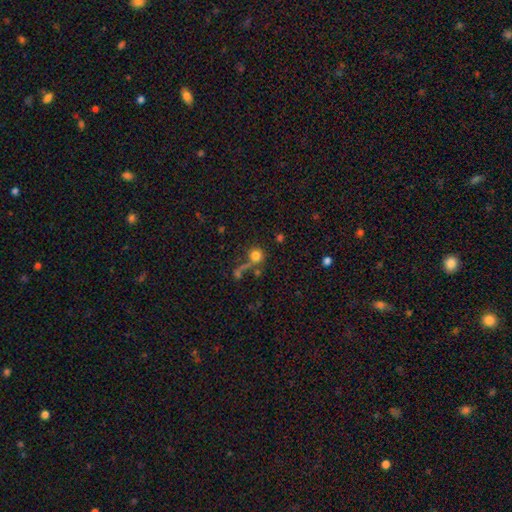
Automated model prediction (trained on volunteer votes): smooth_or_featured: smooth (p=0.78) [alt: star or artifact p=0.13]
how_rounded: round (p=0.92) [alt: in between p=0.07]
merging: none (p=0.56) [alt: merger p=0.22]